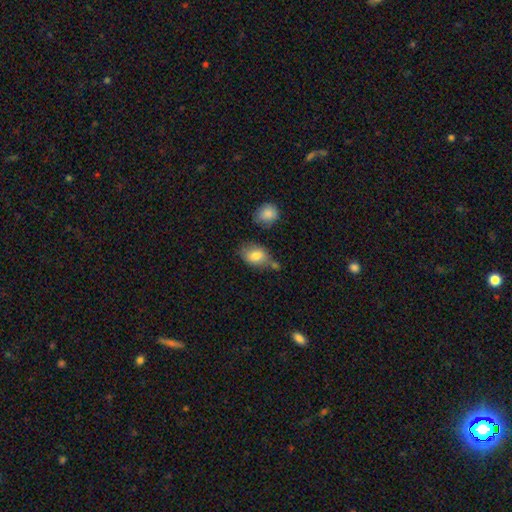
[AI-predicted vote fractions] Smooth or featured?
  - smooth: 80% *
  - featured or disk: 12%
  - star or artifact: 7%
How rounded?
  - in between: 82% *
  - round: 17%
  - cigar-shaped: 2%
Merging?
  - none: 58% *
  - minor disturbance: 23%
  - merger: 13%
  - major disturbance: 6%